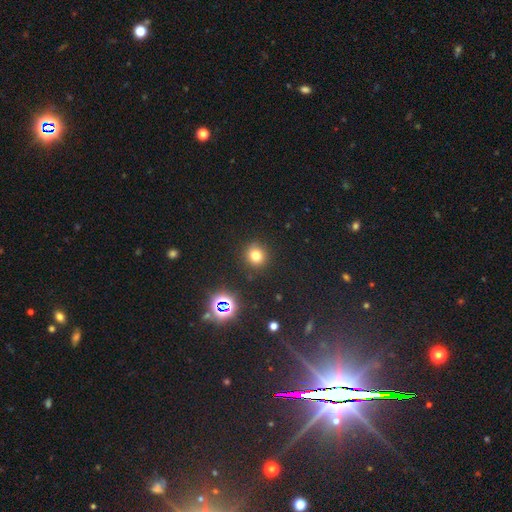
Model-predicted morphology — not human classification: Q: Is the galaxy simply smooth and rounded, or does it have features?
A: smooth — 73%.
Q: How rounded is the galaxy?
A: round — 90%.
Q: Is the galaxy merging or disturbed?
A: none — 89%.